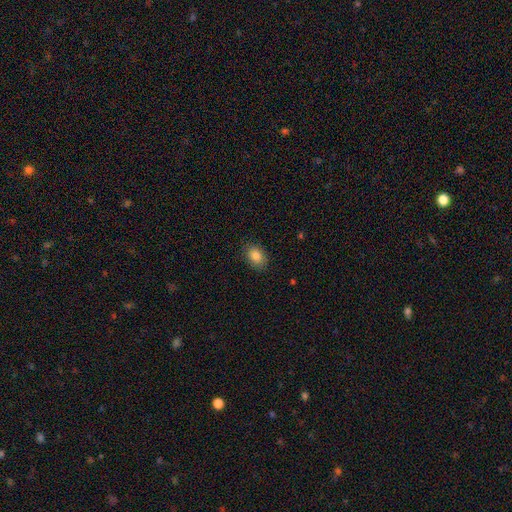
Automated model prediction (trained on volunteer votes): smooth-or-featured: smooth: 85% | star or artifact: 9% | featured or disk: 7%
  how-rounded: in between: 77% | round: 22% | cigar-shaped: 1%
  merging: none: 87% | minor disturbance: 10% | major disturbance: 2% | merger: 1%